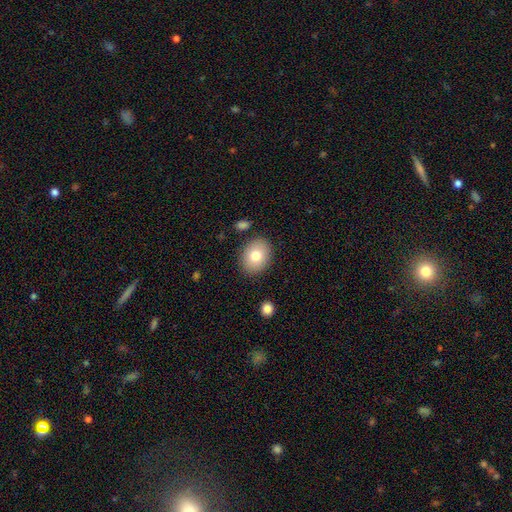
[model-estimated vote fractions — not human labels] Smooth or featured? Predicted: smooth (p=0.78). How rounded? Predicted: in between (p=0.60). Merging? Predicted: none (p=0.86).